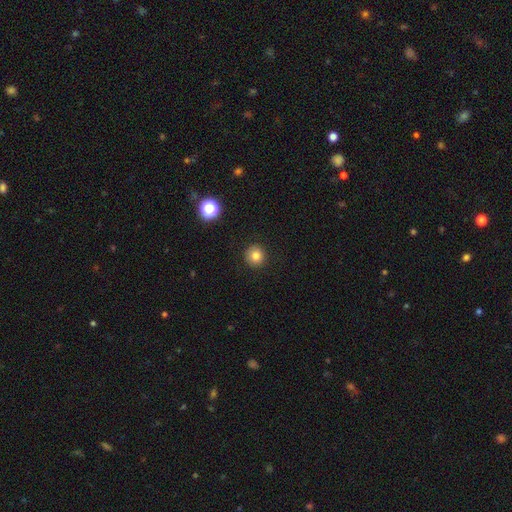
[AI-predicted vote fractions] Morphology: type=smooth (81%); roundness=round (94%); merging=none (92%).